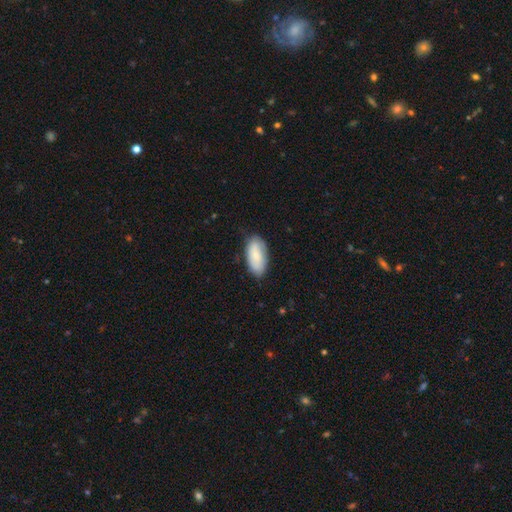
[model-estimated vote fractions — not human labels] smooth_or_featured: smooth (p=0.78) [alt: featured or disk p=0.16]
how_rounded: in between (p=0.93) [alt: cigar-shaped p=0.05]
merging: none (p=0.77) [alt: minor disturbance p=0.18]